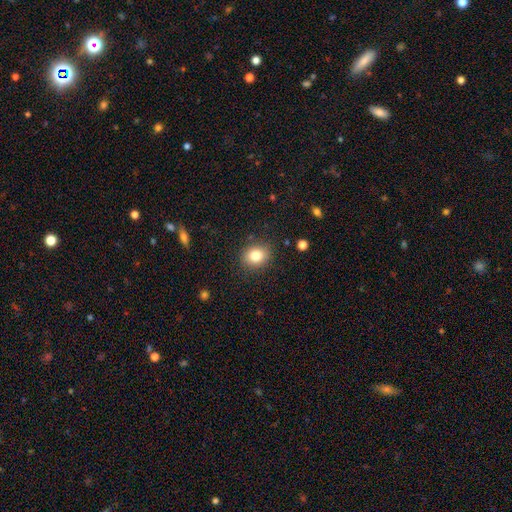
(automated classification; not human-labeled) This appears to be a smooth galaxy with no disk features (81%) that is round (61%). Merging: none (86%).